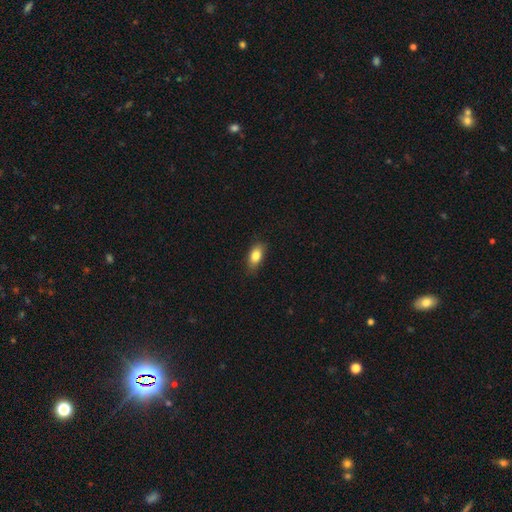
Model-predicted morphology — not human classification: Overall: smooth (83%). How rounded: in between (86%). Merging: none (80%).